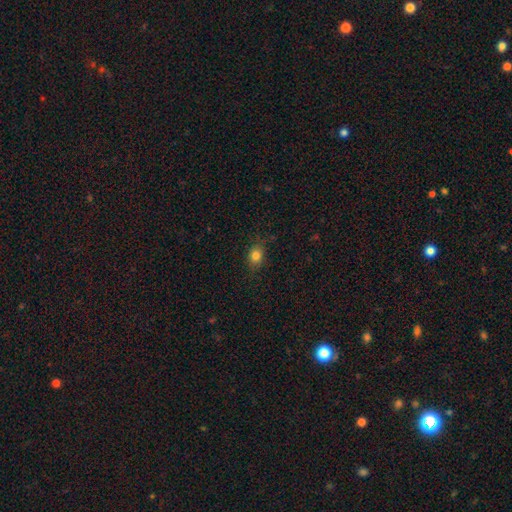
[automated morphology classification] Smooth or featured?
  - smooth: 81% *
  - star or artifact: 12%
  - featured or disk: 7%
How rounded?
  - in between: 52% *
  - round: 46%
  - cigar-shaped: 1%
Merging?
  - none: 82% *
  - minor disturbance: 14%
  - major disturbance: 3%
  - merger: 1%